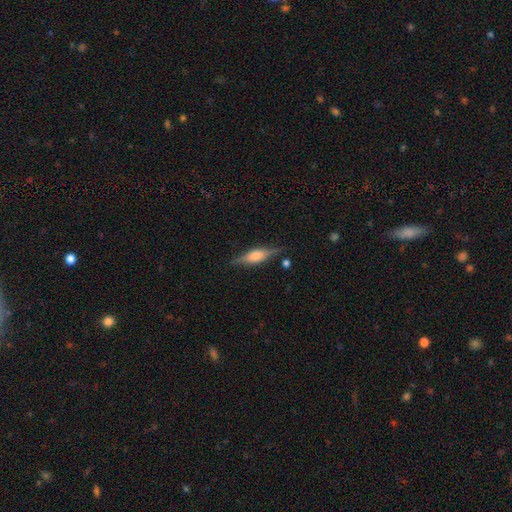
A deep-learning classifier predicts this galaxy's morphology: featured or disk 65%, smooth 28%, star or artifact 7%. Down the decision tree: edge-on disk — yes (96%); edge-on bulge — rounded (75%); merging — none (83%).